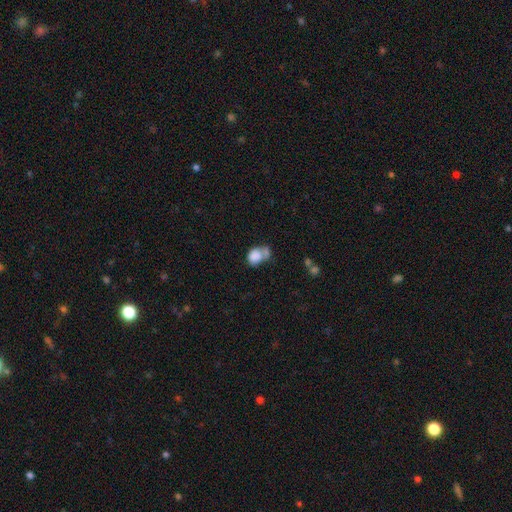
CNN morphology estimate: Smooth or featured?
  - smooth: 80% *
  - featured or disk: 11%
  - star or artifact: 9%
How rounded?
  - in between: 58% *
  - round: 41%
  - cigar-shaped: 1%
Merging?
  - merger: 41% *
  - none: 27%
  - minor disturbance: 18%
  - major disturbance: 14%